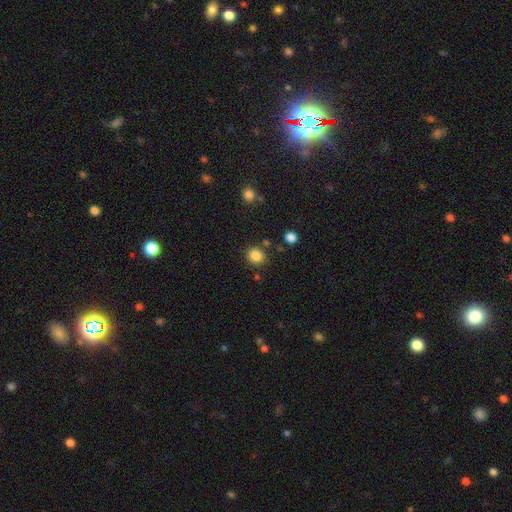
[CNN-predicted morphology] The model was most divided on "how rounded": round: 78%, in between: 21%, cigar-shaped: 1%. More confident: smooth or featured — smooth (85%); merging — none (84%).